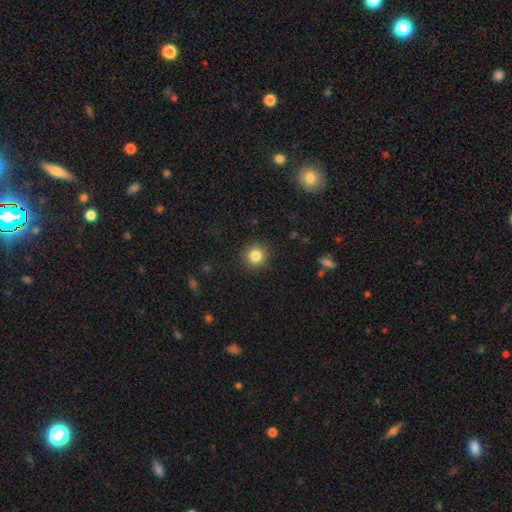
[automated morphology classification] smooth-or-featured: smooth: 84% | star or artifact: 11% | featured or disk: 5%
  how-rounded: round: 93% | in between: 6% | cigar-shaped: 1%
  merging: none: 91% | minor disturbance: 6% | major disturbance: 2% | merger: 1%